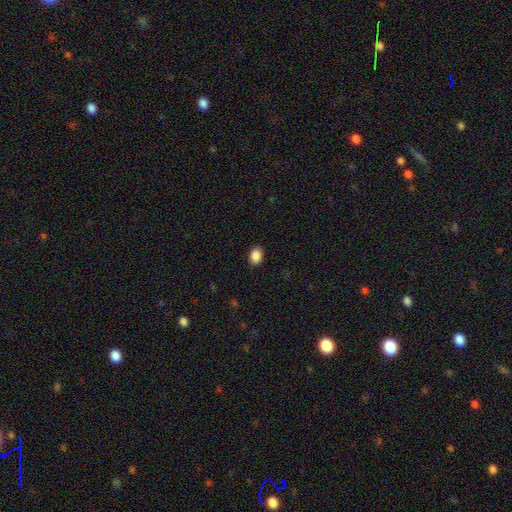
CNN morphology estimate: Smooth or featured? Predicted: smooth (p=0.88). How rounded? Predicted: in between (p=0.67). Merging? Predicted: none (p=0.89).